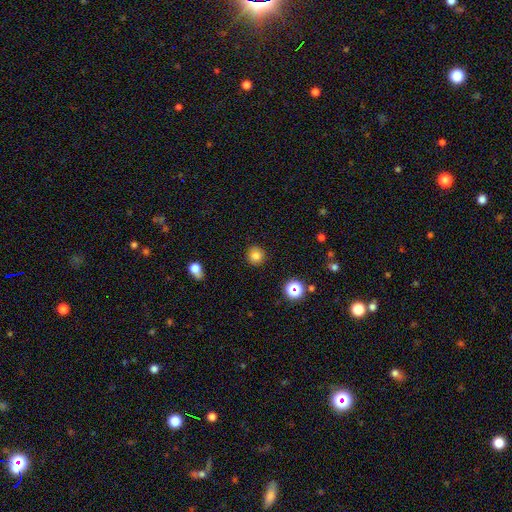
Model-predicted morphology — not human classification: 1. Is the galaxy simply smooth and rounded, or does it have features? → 80% smooth, 13% star or artifact, 7% featured or disk.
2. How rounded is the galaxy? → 94% round, 5% in between, 1% cigar-shaped.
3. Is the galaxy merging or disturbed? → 91% none, 6% minor disturbance, 2% major disturbance, 1% merger.